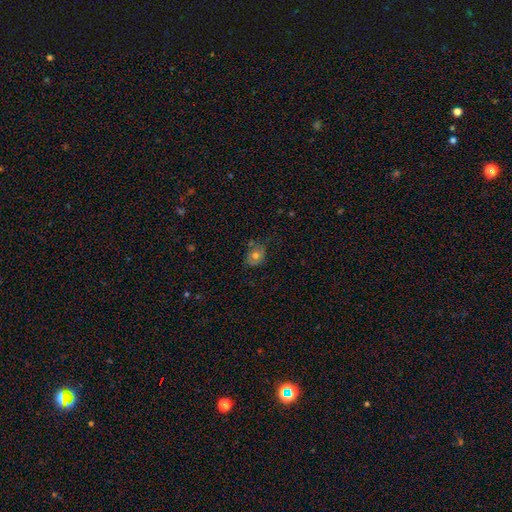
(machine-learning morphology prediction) This appears to be a smooth galaxy with no disk features (67%) that is round (51%). Merging: none (61%).